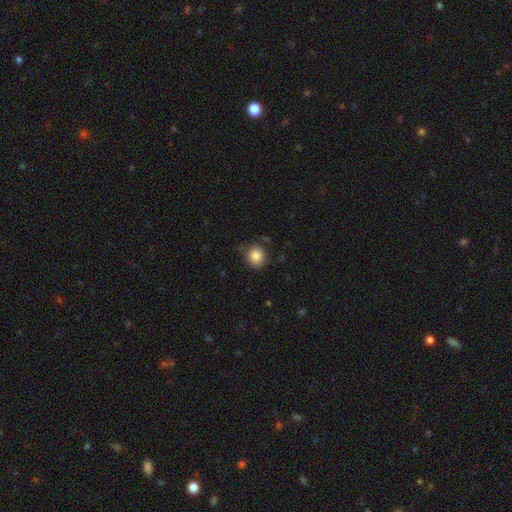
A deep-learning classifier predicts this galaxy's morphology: A smooth galaxy with no disk features (86%) that is round (85%). Merging: none (76%).